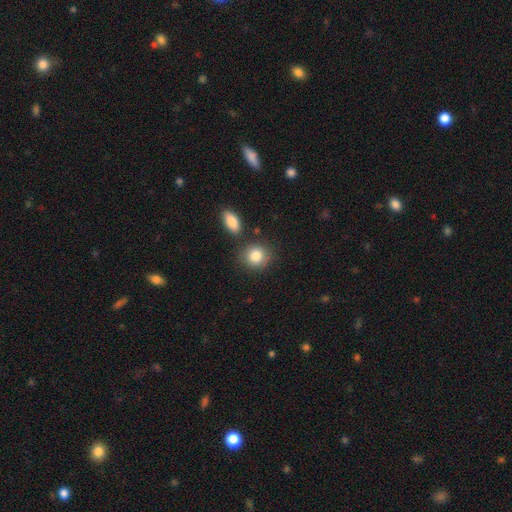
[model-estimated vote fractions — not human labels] smooth-or-featured: smooth: 84% | star or artifact: 8% | featured or disk: 8%
  how-rounded: round: 78% | in between: 21% | cigar-shaped: 1%
  merging: none: 76% | minor disturbance: 11% | merger: 10% | major disturbance: 3%